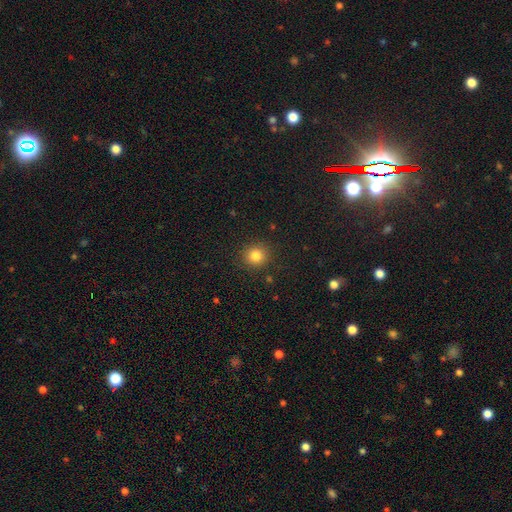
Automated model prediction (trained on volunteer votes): smooth-or-featured: smooth: 83% | star or artifact: 12% | featured or disk: 5%
  how-rounded: round: 89% | in between: 10% | cigar-shaped: 1%
  merging: none: 89% | minor disturbance: 7% | major disturbance: 3% | merger: 1%